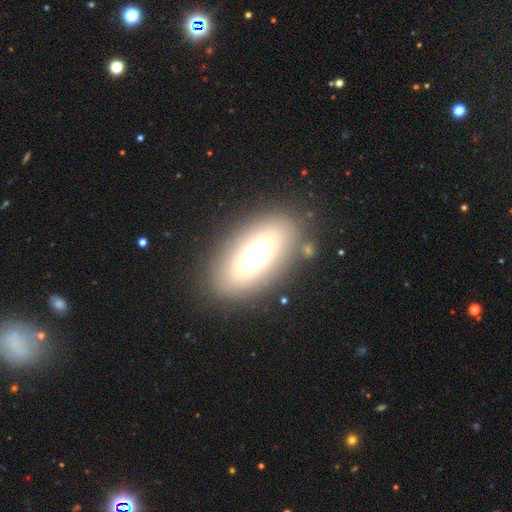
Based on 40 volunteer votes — Smooth or featured? 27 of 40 (68%) said smooth. How rounded? 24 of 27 (89%) said in between. Merging? 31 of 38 (82%) said none.